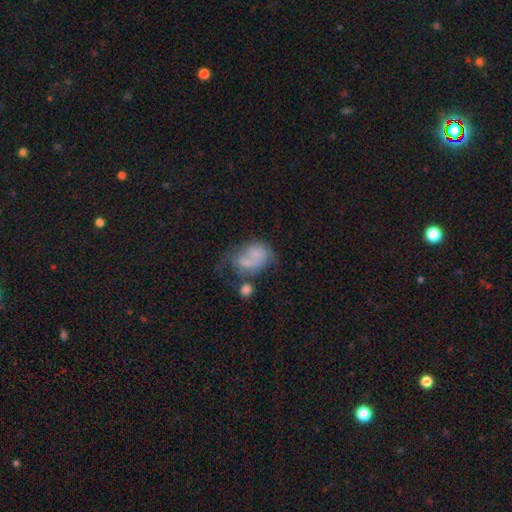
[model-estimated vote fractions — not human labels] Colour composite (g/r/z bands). It shows a smooth galaxy with no disk features (55%) that is in between round and cigar-shaped (64%). Merging: merger (32%).